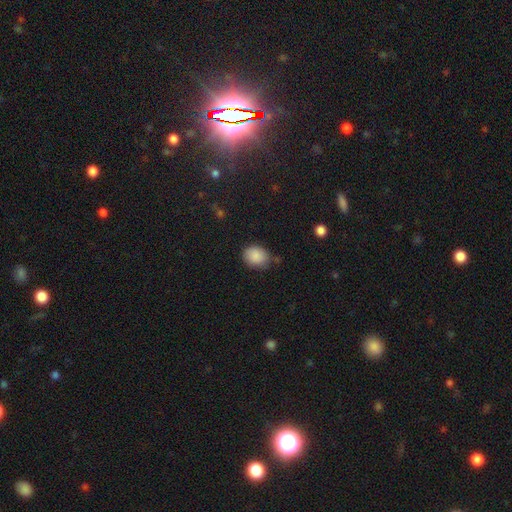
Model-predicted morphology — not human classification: Q: Smooth or featured?
A: smooth (88%); runner-up: star or artifact (8%)
Q: How rounded?
A: round (51%); runner-up: in between (48%)
Q: Merging?
A: none (73%); runner-up: minor disturbance (20%)